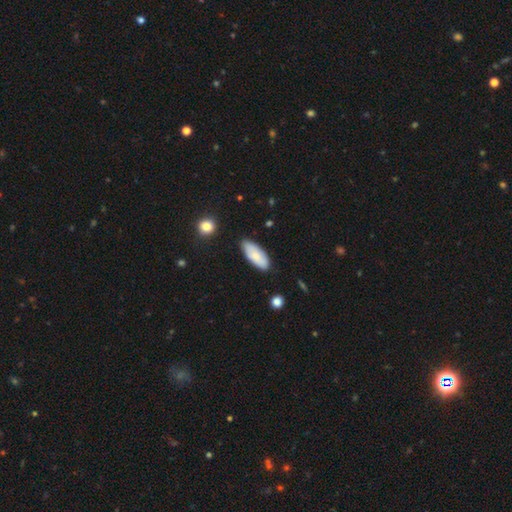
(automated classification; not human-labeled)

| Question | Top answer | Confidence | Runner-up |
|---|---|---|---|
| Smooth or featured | smooth | 78% | featured or disk (16%) |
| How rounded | in between | 83% | cigar-shaped (15%) |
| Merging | none | 80% | minor disturbance (16%) |